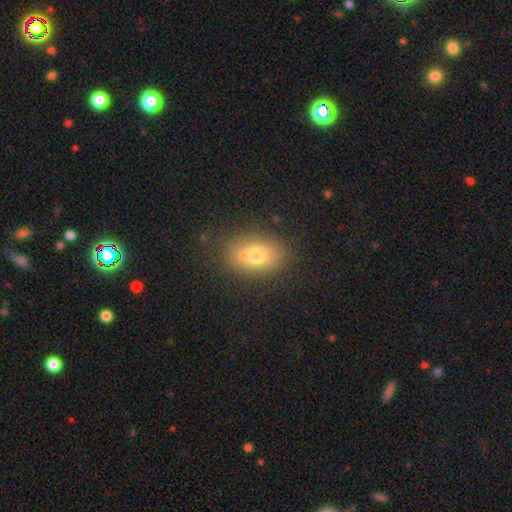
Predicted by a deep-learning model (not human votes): Overall: smooth (73%). How rounded: in between (78%). Merging: none (71%).